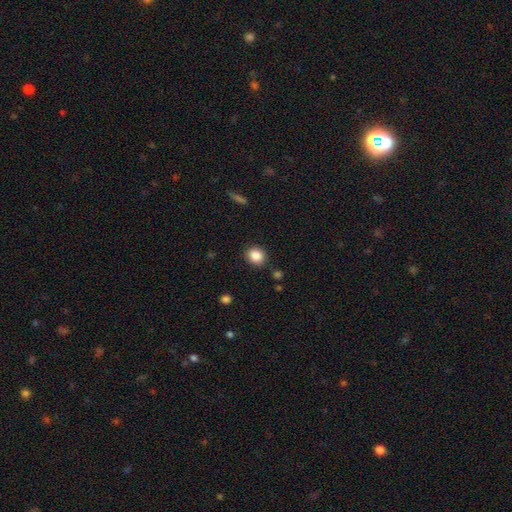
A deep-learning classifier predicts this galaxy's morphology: Smooth or featured? smooth (86%)
How rounded? round (72%)
Merging? none (86%)